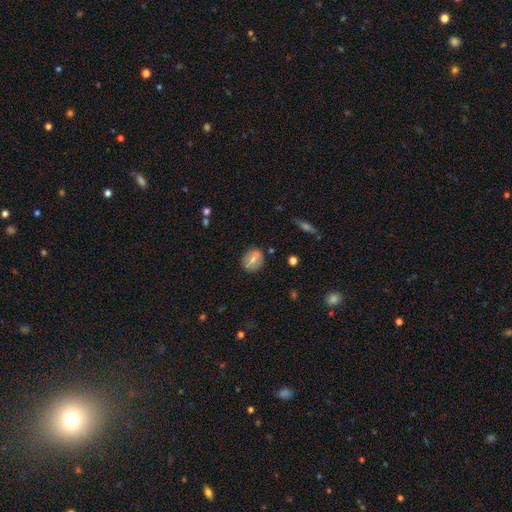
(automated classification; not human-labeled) Smooth or featured?
  - smooth: 61% *
  - featured or disk: 26%
  - star or artifact: 13%
How rounded?
  - round: 71% *
  - in between: 28%
  - cigar-shaped: 2%
Merging?
  - none: 70% *
  - merger: 14%
  - minor disturbance: 12%
  - major disturbance: 3%